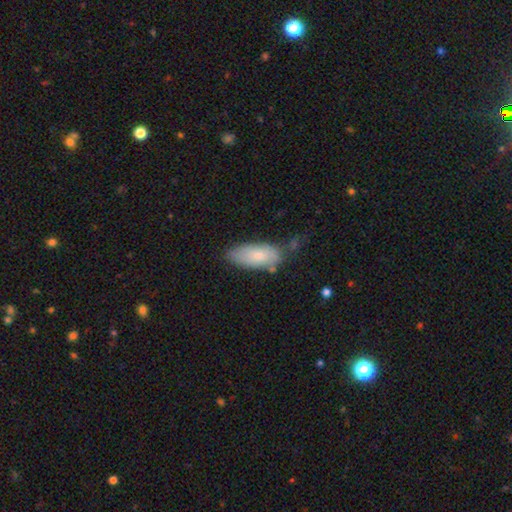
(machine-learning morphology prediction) The model was most divided on "merging": none: 63%, minor disturbance: 26%, merger: 6%, major disturbance: 5%. More confident: how rounded — in between (86%); smooth or featured — smooth (75%).